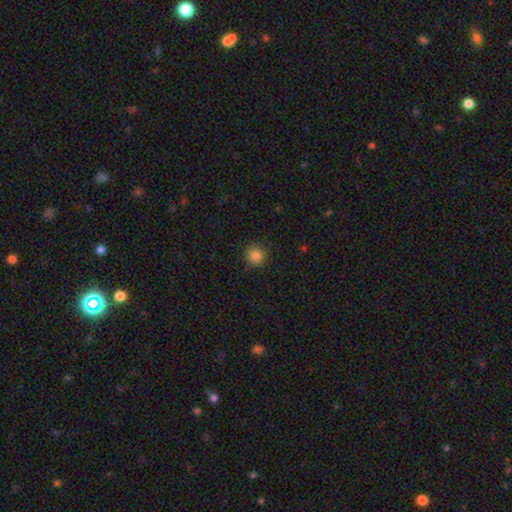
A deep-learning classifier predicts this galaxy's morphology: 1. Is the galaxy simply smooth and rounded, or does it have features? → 84% smooth, 12% star or artifact, 4% featured or disk.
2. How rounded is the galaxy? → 93% round, 6% in between, 1% cigar-shaped.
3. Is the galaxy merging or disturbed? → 88% none, 9% minor disturbance, 2% major disturbance, 1% merger.